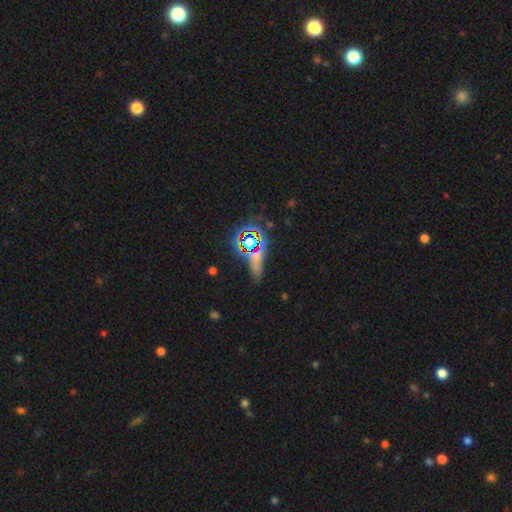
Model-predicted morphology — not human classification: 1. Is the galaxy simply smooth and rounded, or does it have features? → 49% star or artifact, 35% smooth, 15% featured or disk.